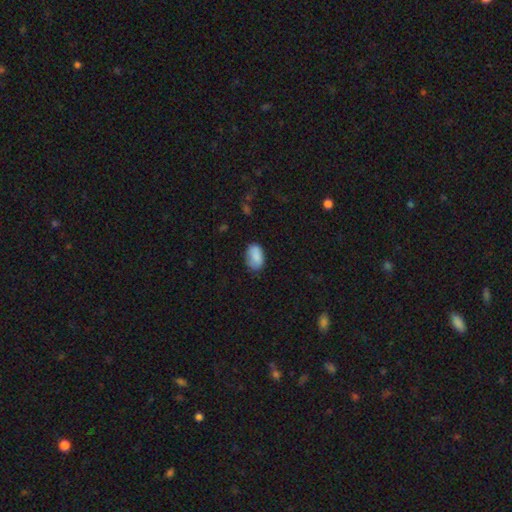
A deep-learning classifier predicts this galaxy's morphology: type=smooth (87%); roundness=in between (90%); merging=none (74%).